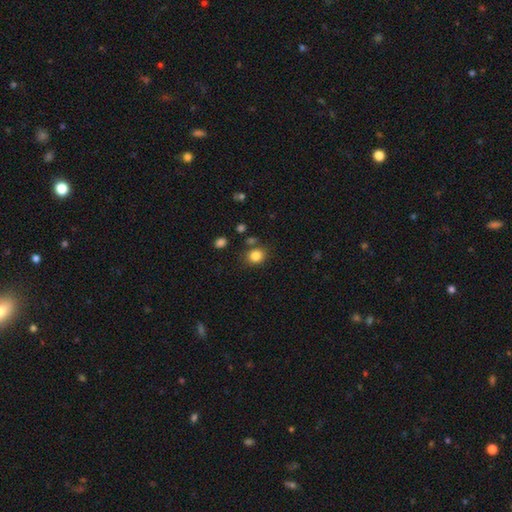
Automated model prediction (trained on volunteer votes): Smooth or featured: smooth — 84% (star or artifact — 11%)
How rounded: round — 66% (in between — 33%)
Merging: none — 76% (minor disturbance — 13%)